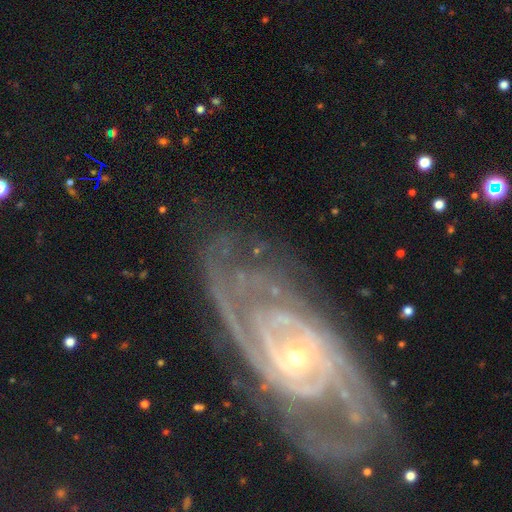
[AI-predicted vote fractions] Smooth or featured: featured or disk — 88% (star or artifact — 8%)
Edge-on disk: no — 94% (yes — 6%)
Bar: no — 64% (weak — 23%)
Spiral arms: yes — 97% (no — 3%)
Spiral winding: tight — 68% (medium — 26%)
Spiral arm count: 2 — 35% (can't tell — 22%)
Bulge size: small — 71% (moderate — 26%)
Merging: none — 73% (minor disturbance — 16%)